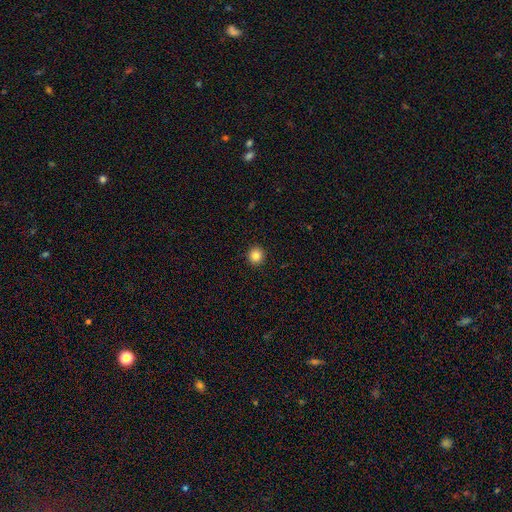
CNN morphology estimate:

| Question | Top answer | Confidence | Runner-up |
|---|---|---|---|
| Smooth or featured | smooth | 84% | star or artifact (11%) |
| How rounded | round | 95% | in between (4%) |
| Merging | none | 94% | minor disturbance (4%) |